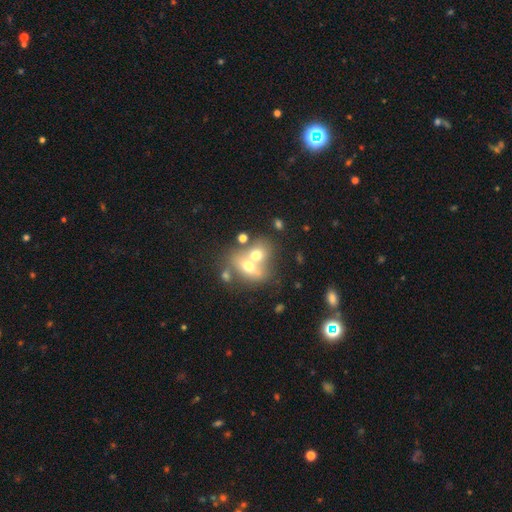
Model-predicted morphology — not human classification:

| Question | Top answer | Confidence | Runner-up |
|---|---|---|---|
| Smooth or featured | smooth | 60% | featured or disk (29%) |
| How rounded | in between | 55% | round (43%) |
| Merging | merger | 64% | none (24%) |